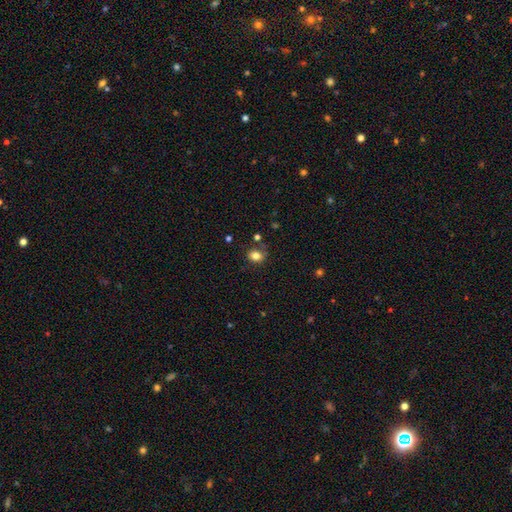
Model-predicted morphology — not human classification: Q: Smooth or featured?
A: smooth (81%); runner-up: star or artifact (11%)
Q: How rounded?
A: round (60%); runner-up: in between (39%)
Q: Merging?
A: none (75%); runner-up: minor disturbance (16%)